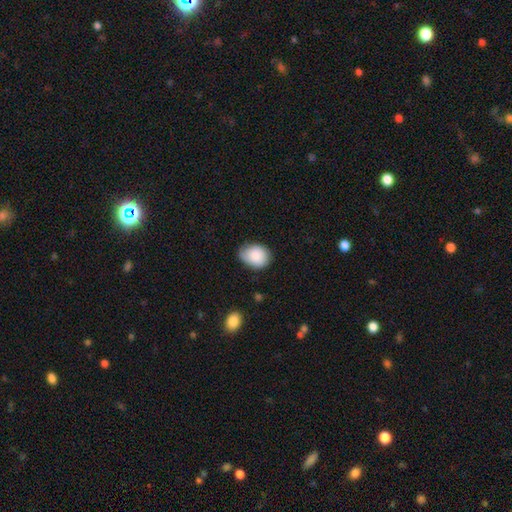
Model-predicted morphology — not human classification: A smooth galaxy with no disk features (84%) that is in between round and cigar-shaped (59%). Merging: none (59%).